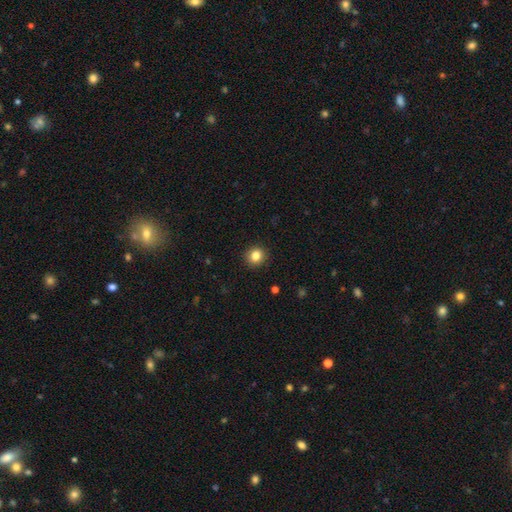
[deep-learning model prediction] Smooth or featured? smooth (83%)
How rounded? round (90%)
Merging? none (92%)